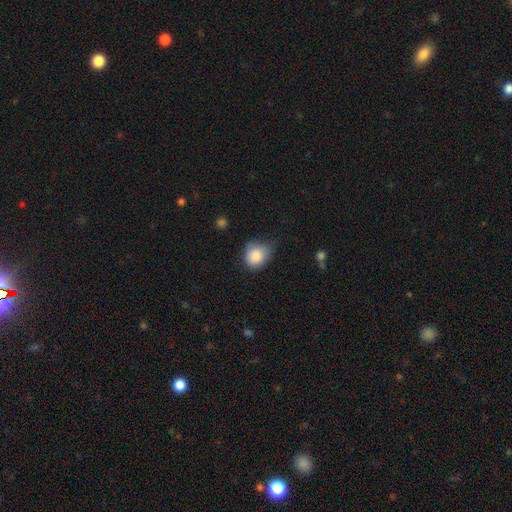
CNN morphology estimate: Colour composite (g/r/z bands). It shows a smooth galaxy with no disk features (85%) that is round (67%). Merging: none (48%).